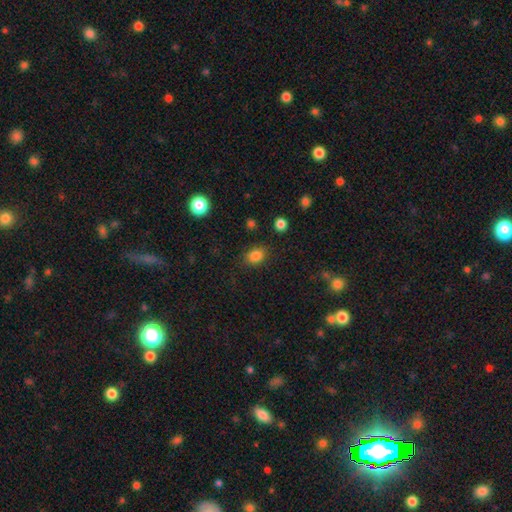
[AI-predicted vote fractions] This is clearly a smooth galaxy (83%). How rounded: possibly in between (56%). Merging: clearly none (80%).